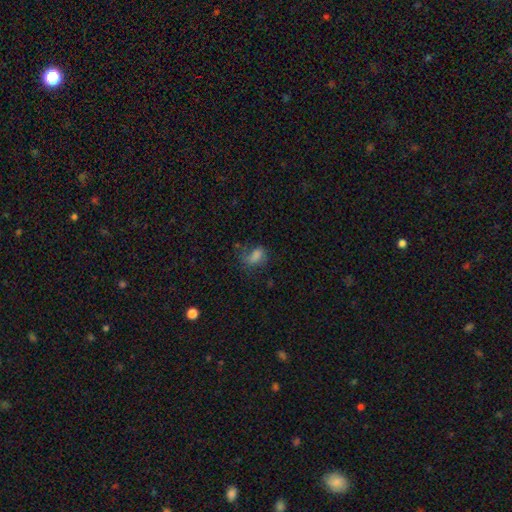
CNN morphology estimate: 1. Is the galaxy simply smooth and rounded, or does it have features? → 66% smooth, 17% featured or disk, 17% star or artifact.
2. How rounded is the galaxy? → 77% in between, 19% round, 4% cigar-shaped.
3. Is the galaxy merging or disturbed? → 43% none, 27% major disturbance, 26% minor disturbance, 4% merger.